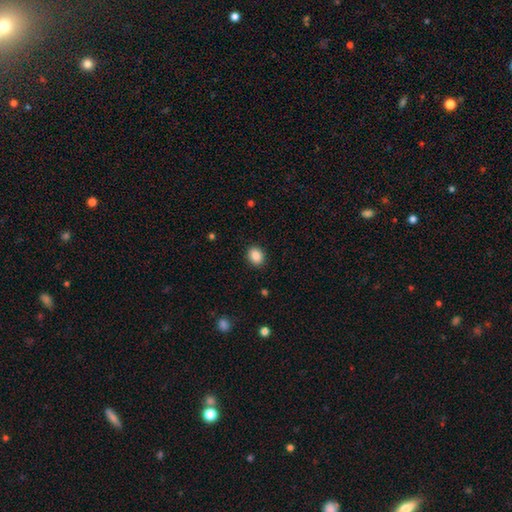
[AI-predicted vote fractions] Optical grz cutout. It shows a smooth galaxy with no disk features (88%) that is in between round and cigar-shaped (55%). Merging: none (90%).